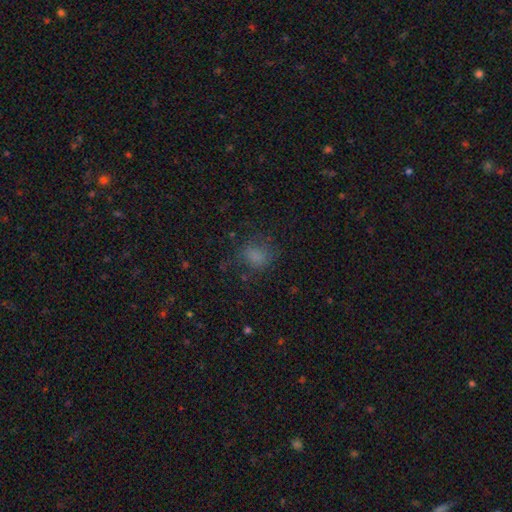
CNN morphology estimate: smooth-or-featured: smooth: 75% | star or artifact: 16% | featured or disk: 9%
  how-rounded: round: 53% | in between: 46% | cigar-shaped: 1%
  merging: none: 66% | minor disturbance: 19% | major disturbance: 13% | merger: 2%